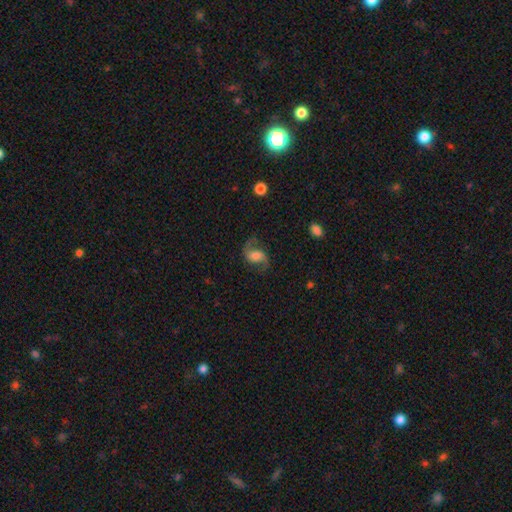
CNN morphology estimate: A featured or disk galaxy (81%) with a weak bar (45%), 2 (92%) loose (63%) spiral arms (96%) and a moderate central bulge (41%). Merging: none (73%).